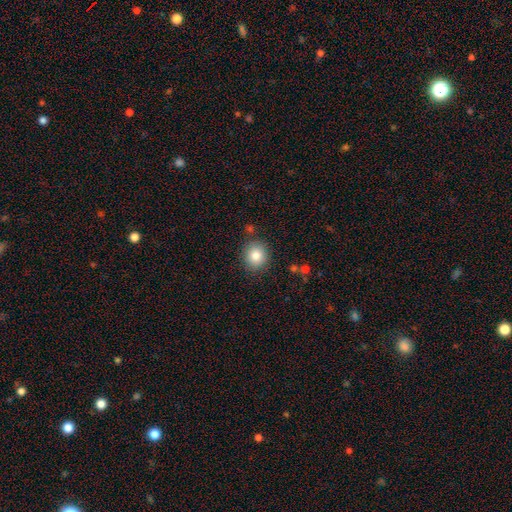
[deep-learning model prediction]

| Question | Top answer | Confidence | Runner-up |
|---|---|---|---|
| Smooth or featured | smooth | 83% | star or artifact (10%) |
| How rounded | round | 80% | in between (19%) |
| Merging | none | 86% | minor disturbance (9%) |